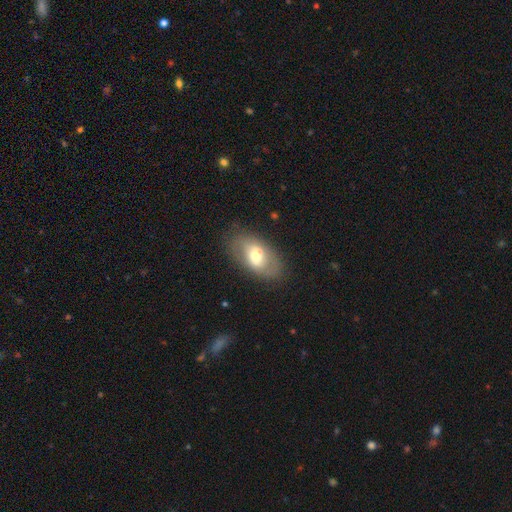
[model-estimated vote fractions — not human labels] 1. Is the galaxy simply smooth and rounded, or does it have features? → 48% smooth, 45% featured or disk, 8% star or artifact.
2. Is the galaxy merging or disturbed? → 75% none, 16% minor disturbance, 7% major disturbance, 3% merger.